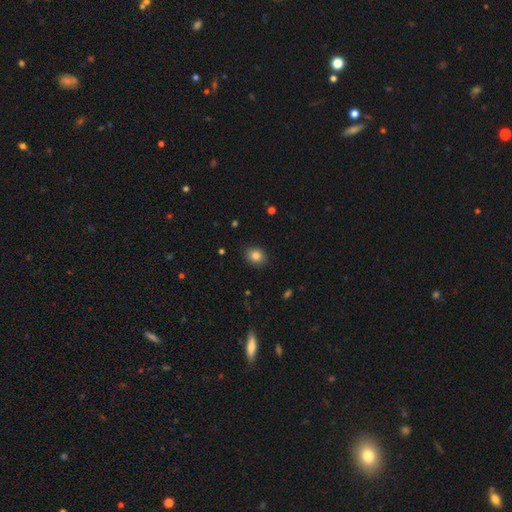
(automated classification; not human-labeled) Q: Smooth or featured?
A: smooth (83%); runner-up: star or artifact (10%)
Q: How rounded?
A: round (54%); runner-up: in between (45%)
Q: Merging?
A: none (88%); runner-up: minor disturbance (9%)